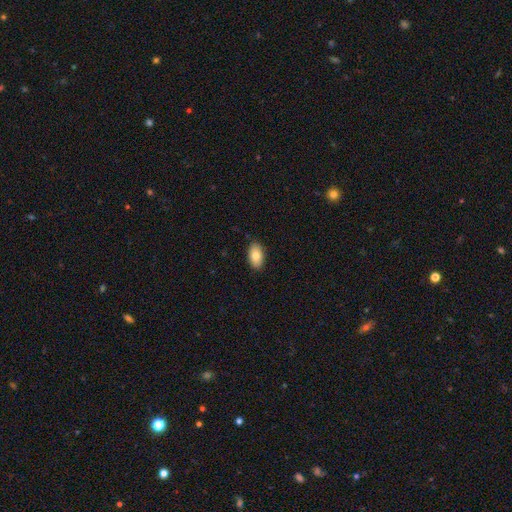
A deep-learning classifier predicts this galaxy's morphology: A smooth galaxy with no disk features (82%) that is in between round and cigar-shaped (94%).

Vote fractions:
- Smooth or featured? smooth: 82% / featured or disk: 11% / star or artifact: 7%
- How rounded? in between: 94% / round: 4% / cigar-shaped: 2%
- Merging? none: 87% / minor disturbance: 10% / major disturbance: 2% / merger: 1%